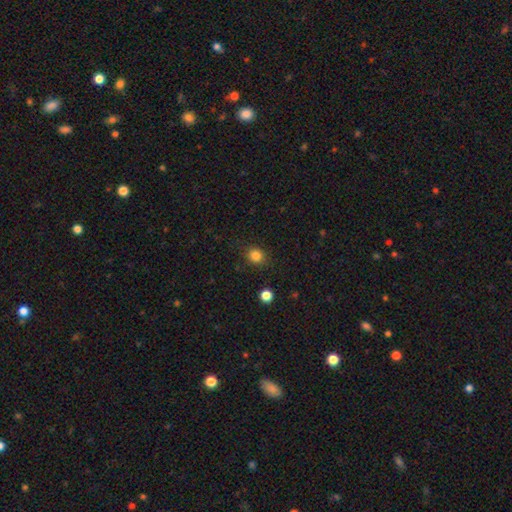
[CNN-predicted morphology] A smooth galaxy with no disk features (83%) that is round (79%). Merging: none (86%).